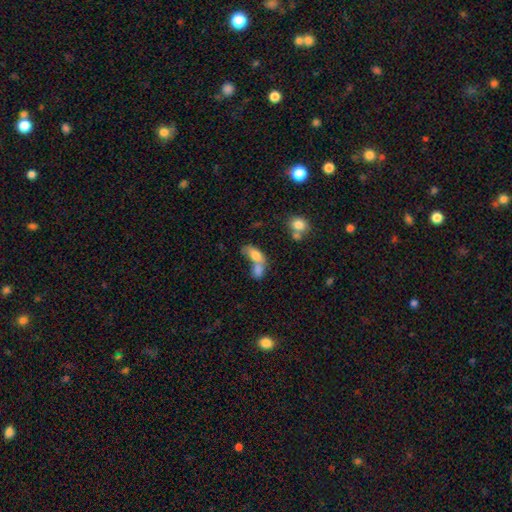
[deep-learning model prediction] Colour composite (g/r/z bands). It shows a smooth galaxy with no disk features (74%) that is in between round and cigar-shaped (82%). Merging: merger (68%).